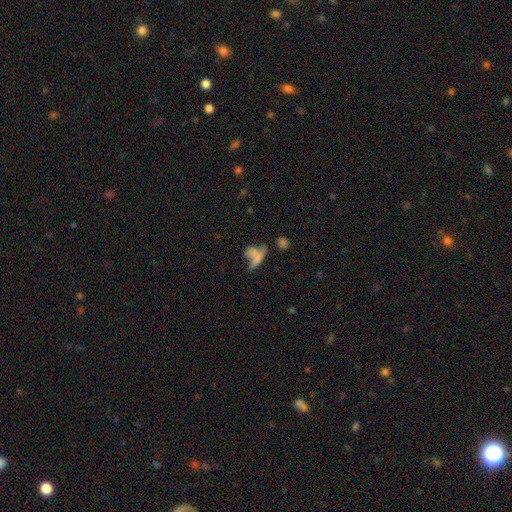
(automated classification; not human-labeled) Smooth or featured? smooth (55%)
How rounded? in between (54%)
Merging? merger (42%)